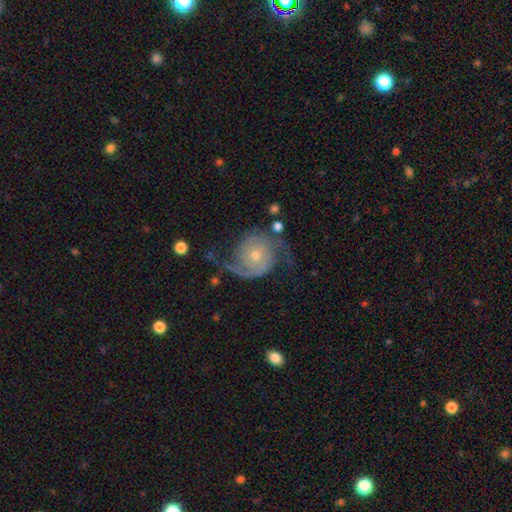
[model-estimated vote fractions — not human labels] Q: Smooth or featured?
A: featured or disk (88%); runner-up: smooth (7%)
Q: Edge-on disk?
A: no (98%); runner-up: yes (2%)
Q: Bar?
A: no (76%); runner-up: weak (19%)
Q: Spiral arms?
A: yes (97%); runner-up: no (3%)
Q: Spiral winding?
A: medium (44%); runner-up: loose (31%)
Q: Spiral arm count?
A: 2 (90%); runner-up: can't tell (3%)
Q: Bulge size?
A: small (61%); runner-up: moderate (35%)
Q: Merging?
A: none (68%); runner-up: minor disturbance (18%)